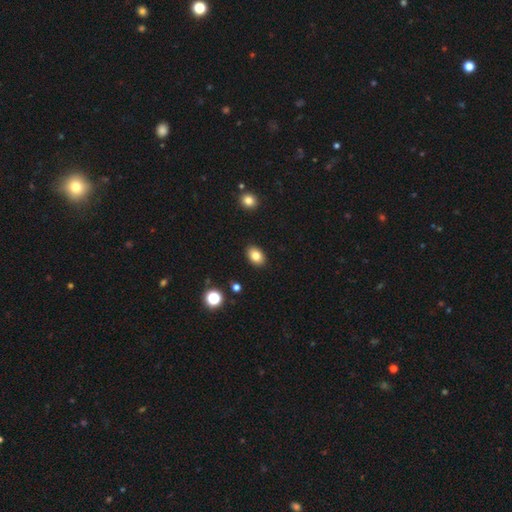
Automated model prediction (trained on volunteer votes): This appears to be a smooth galaxy with no disk features (83%) that is in between round and cigar-shaped (81%). Merging: none (89%).